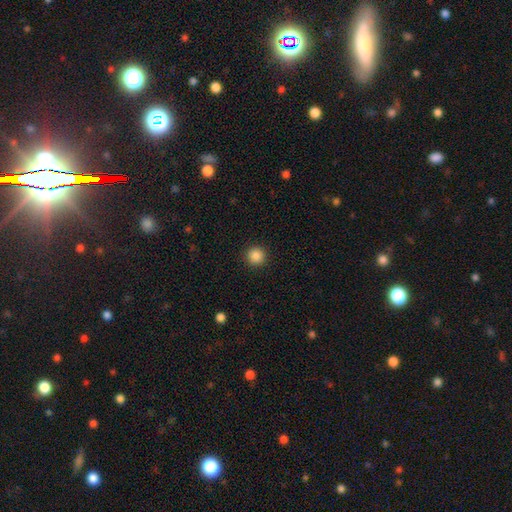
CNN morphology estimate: This is clearly a smooth galaxy (87%). How rounded: clearly round (95%). Merging: clearly none (92%).